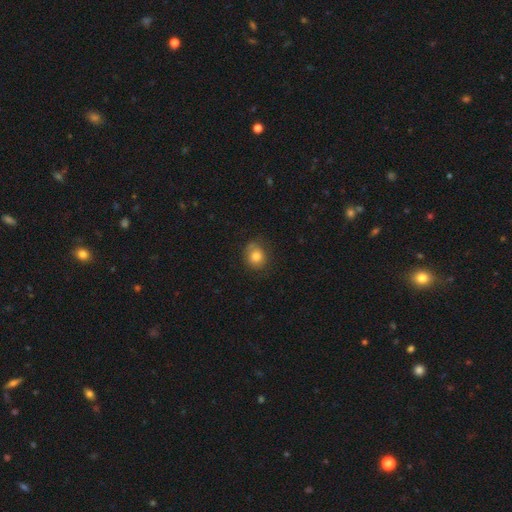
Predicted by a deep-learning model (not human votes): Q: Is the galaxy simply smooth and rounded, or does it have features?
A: smooth — 79%.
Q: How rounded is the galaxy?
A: round — 74%.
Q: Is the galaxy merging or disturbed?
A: none — 74%.